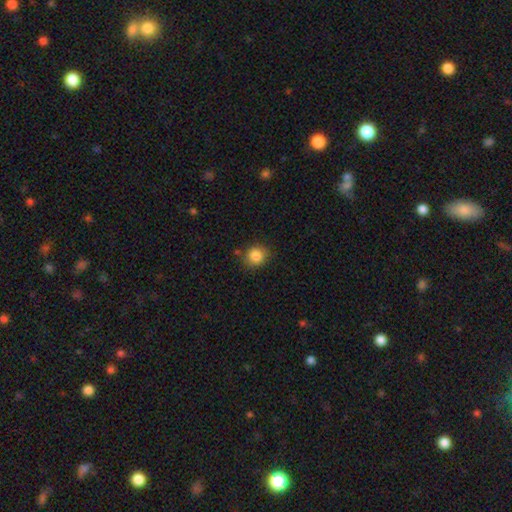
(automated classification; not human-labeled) Smooth or featured: smooth — 85% (star or artifact — 10%)
How rounded: round — 84% (in between — 15%)
Merging: none — 80% (minor disturbance — 13%)